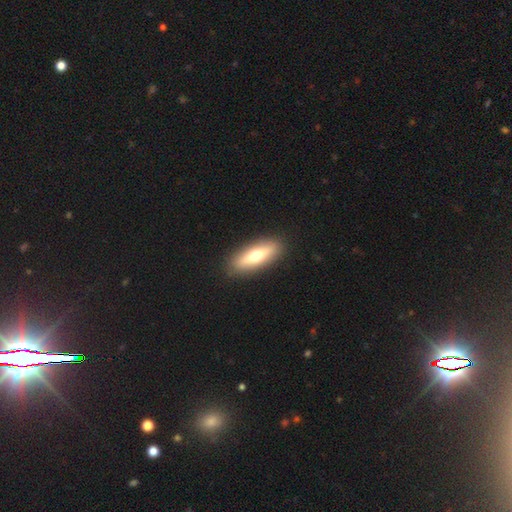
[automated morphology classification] smooth 56%, featured or disk 38%, star or artifact 6%. Down the decision tree: how rounded — cigar-shaped (51%); merging — none (90%).